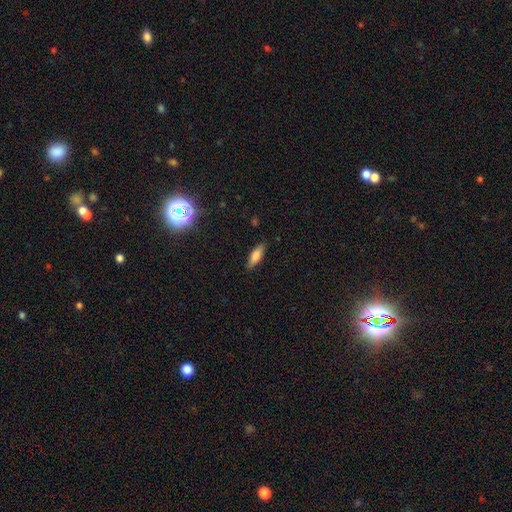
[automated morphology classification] Smooth or featured: smooth — 75% (featured or disk — 16%)
How rounded: in between — 58% (cigar-shaped — 40%)
Merging: none — 86% (minor disturbance — 11%)